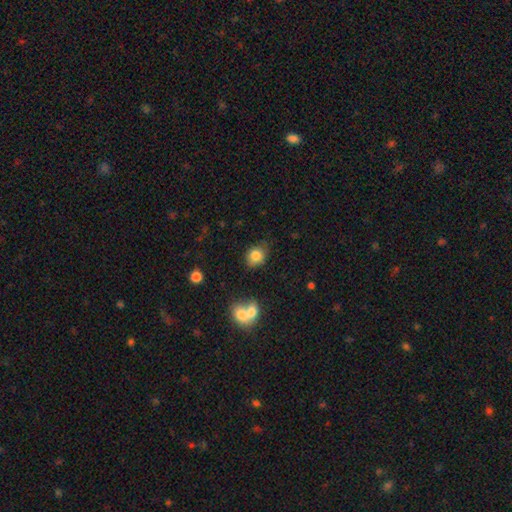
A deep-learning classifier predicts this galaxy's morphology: Overall: smooth (83%). How rounded: round (57%; in between 42%). Merging: none (67%).